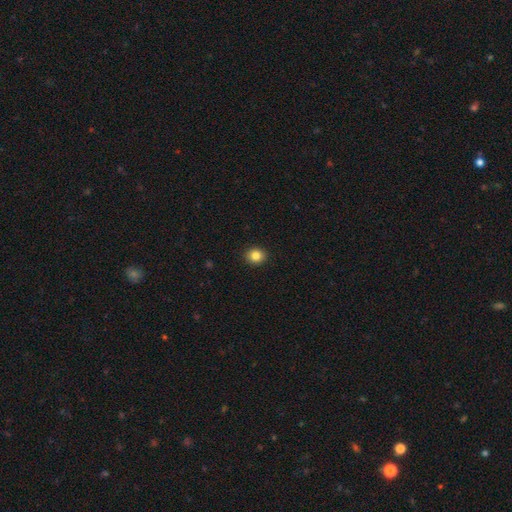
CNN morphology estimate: smooth-or-featured: smooth: 84% | star or artifact: 10% | featured or disk: 6%
  how-rounded: round: 73% | in between: 26% | cigar-shaped: 1%
  merging: none: 92% | minor disturbance: 6% | major disturbance: 2% | merger: 1%